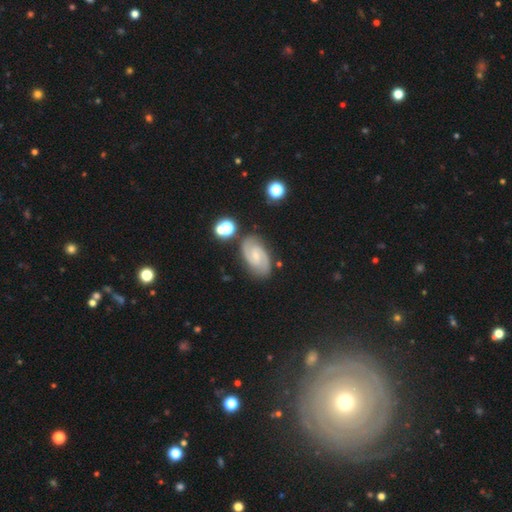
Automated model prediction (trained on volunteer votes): A featured or disk galaxy (82%) with a weak bar (50%), 2 (90%) medium (50%) spiral arms (97%) and a small central bulge (59%).

Vote fractions:
- Smooth or featured? featured or disk: 82% / smooth: 11% / star or artifact: 7%
- Edge-on disk? no: 97% / yes: 3%
- Bar? weak: 50% / no: 40% / strong: 10%
- Spiral arms? yes: 97% / no: 3%
- Spiral winding? medium: 50% / tight: 37% / loose: 13%
- Spiral arm count? 2: 90% / can't tell: 5% / 3: 2% / 1: 1% / 4: 1% / more than 4: 1%
- Bulge size? small: 59% / moderate: 23% / none: 15% / large: 2% / dominant: 1%
- Merging? none: 80% / minor disturbance: 13% / merger: 3% / major disturbance: 3%